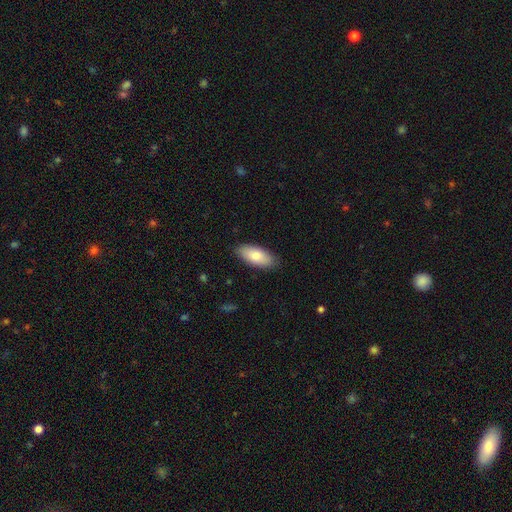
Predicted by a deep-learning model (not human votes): The model was most divided on "smooth or featured": smooth: 80%, featured or disk: 15%, star or artifact: 6%. More confident: merging — none (86%); how rounded — in between (86%).